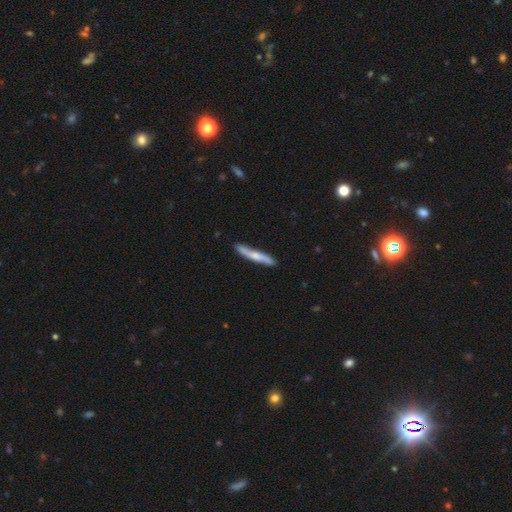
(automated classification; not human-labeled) The model was most divided on "smooth or featured": smooth: 51%, featured or disk: 45%, star or artifact: 5%. More confident: how rounded — cigar-shaped (94%); merging — none (85%).